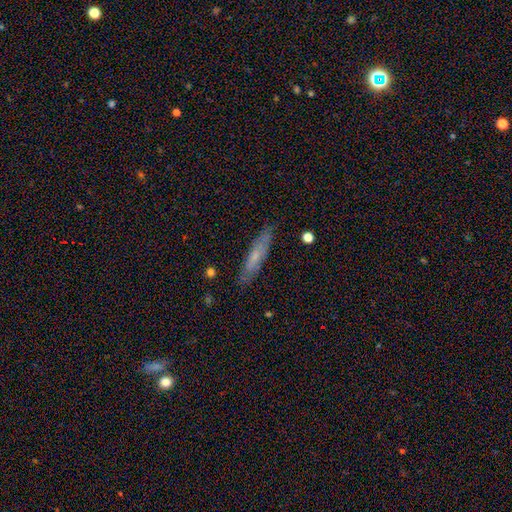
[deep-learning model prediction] Smooth or featured? Predicted: smooth (p=0.54). How rounded? Predicted: cigar-shaped (p=0.80). Merging? Predicted: none (p=0.83).